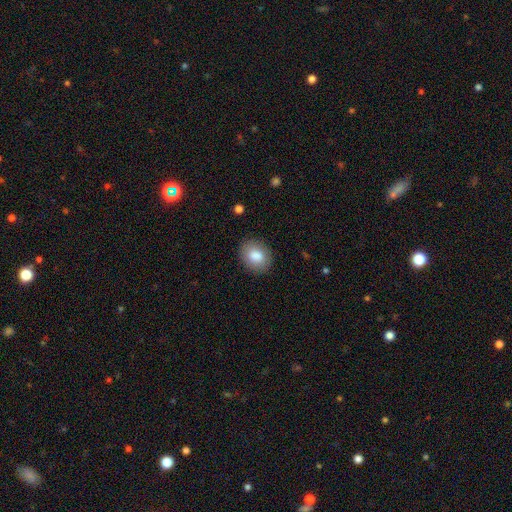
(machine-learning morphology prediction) Smooth or featured? Predicted: smooth (p=0.84). How rounded? Predicted: in between (p=0.53). Merging? Predicted: none (p=0.87).